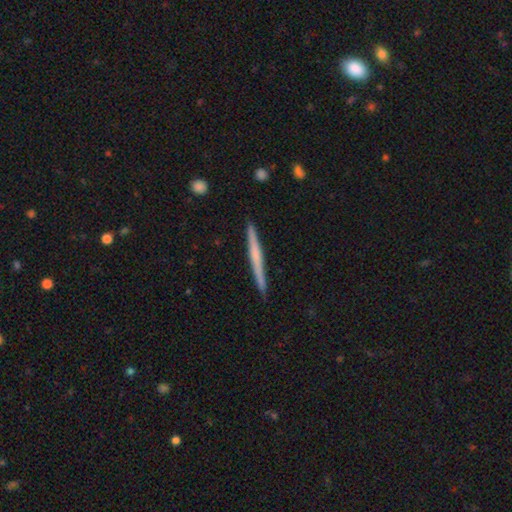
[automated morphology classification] This appears to be a featured or disk galaxy (53%) viewed edge-on (98%) with no central bulge (65%). Merging: none (92%).